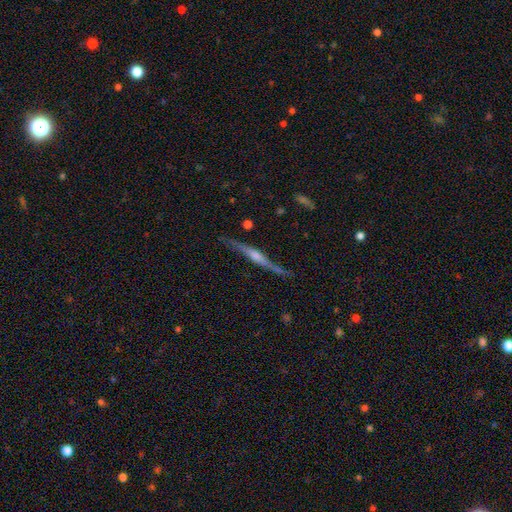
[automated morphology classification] Smooth or featured: featured or disk — 80% (smooth — 13%)
Edge-on disk: yes — 96% (no — 4%)
Edge-on bulge: rounded — 71% (boxy — 17%)
Merging: none — 79% (minor disturbance — 15%)